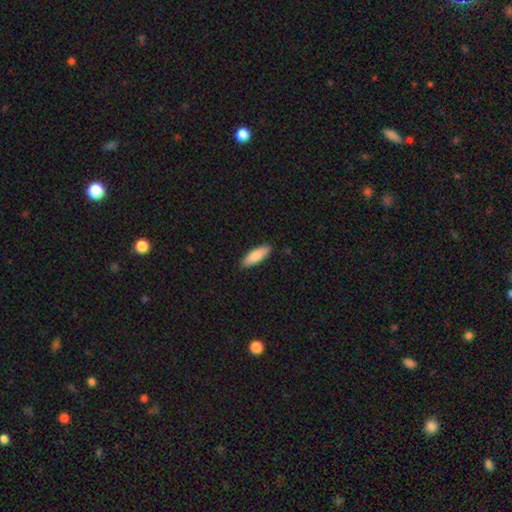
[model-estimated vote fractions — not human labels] Smooth or featured? smooth (82%)
How rounded? in between (53%)
Merging? none (89%)